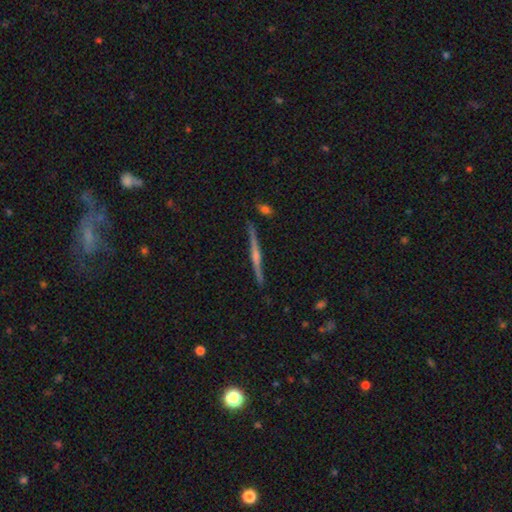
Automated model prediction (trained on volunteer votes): smooth_or_featured: featured or disk (p=0.78) [alt: smooth p=0.16]
disk_edge_on: yes (p=0.98) [alt: no p=0.02]
edge_on_bulge: rounded (p=0.69) [alt: none p=0.18]
merging: none (p=0.89) [alt: minor disturbance p=0.08]